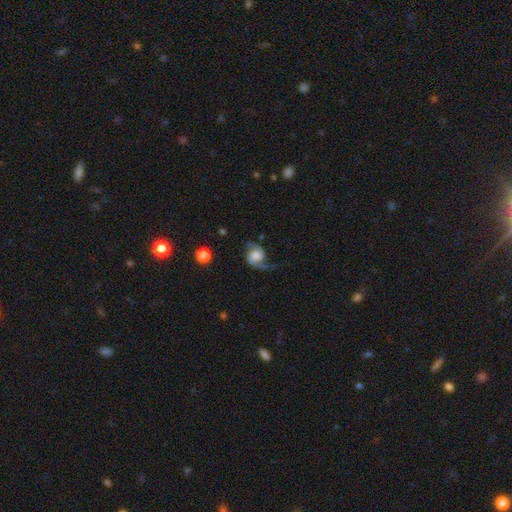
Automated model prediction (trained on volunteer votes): Q: Smooth or featured?
A: featured or disk (77%); runner-up: smooth (16%)
Q: Edge-on disk?
A: no (98%); runner-up: yes (2%)
Q: Bar?
A: no (63%); runner-up: weak (31%)
Q: Spiral arms?
A: yes (95%); runner-up: no (5%)
Q: Spiral winding?
A: loose (53%); runner-up: medium (36%)
Q: Spiral arm count?
A: 2 (81%); runner-up: 1 (14%)
Q: Bulge size?
A: large (35%); runner-up: moderate (26%)
Q: Merging?
A: none (55%); runner-up: major disturbance (22%)